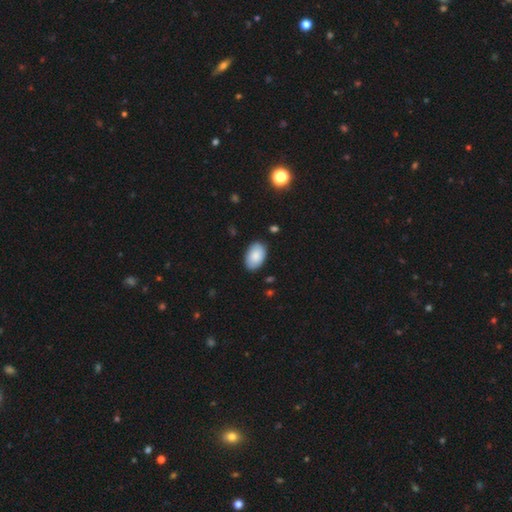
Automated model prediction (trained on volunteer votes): Smooth or featured?
  - smooth: 86% *
  - featured or disk: 8%
  - star or artifact: 6%
How rounded?
  - in between: 94% *
  - round: 5%
  - cigar-shaped: 1%
Merging?
  - none: 86% *
  - minor disturbance: 11%
  - major disturbance: 2%
  - merger: 1%